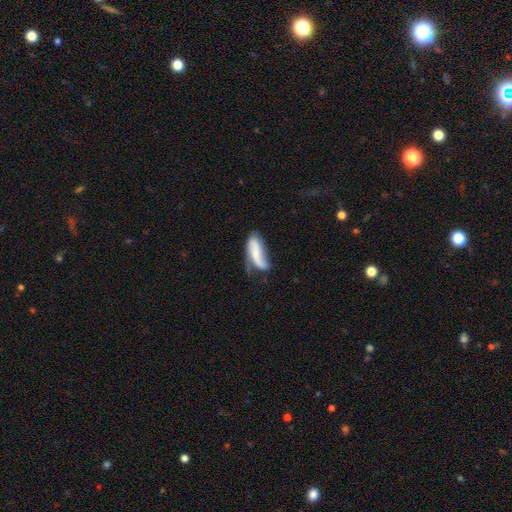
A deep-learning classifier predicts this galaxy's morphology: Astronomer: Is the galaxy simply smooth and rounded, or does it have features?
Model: featured or disk — 52% (runner-up: smooth, 41%).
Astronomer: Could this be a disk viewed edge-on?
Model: no — 89%.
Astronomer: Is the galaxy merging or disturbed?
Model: none — 35% (runner-up: minor disturbance, 32%).